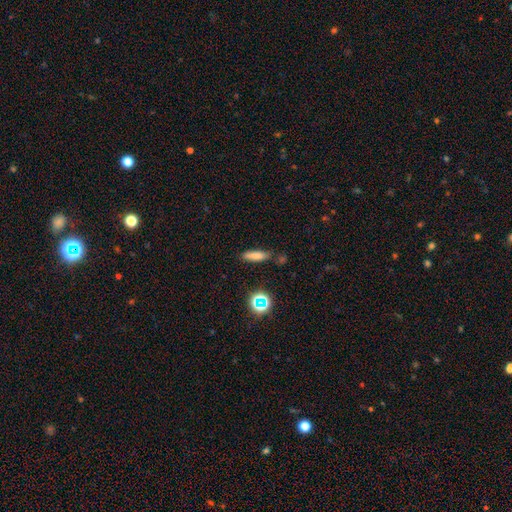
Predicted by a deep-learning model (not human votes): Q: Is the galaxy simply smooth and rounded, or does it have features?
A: smooth — 76%.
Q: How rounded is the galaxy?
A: cigar-shaped — 60%.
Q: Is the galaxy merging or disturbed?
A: none — 77%.